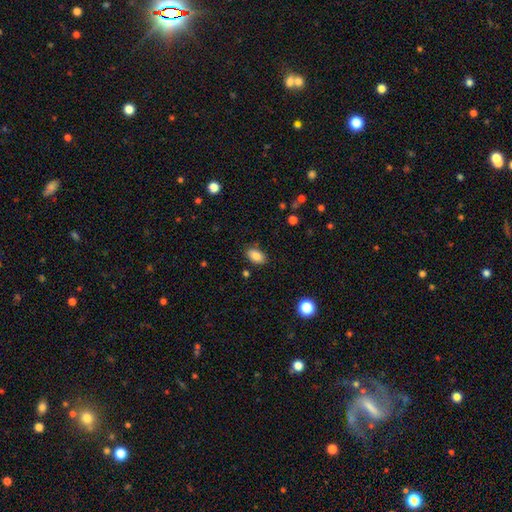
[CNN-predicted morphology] smooth-or-featured: smooth: 87% | star or artifact: 9% | featured or disk: 4%
  how-rounded: in between: 92% | round: 6% | cigar-shaped: 2%
  merging: none: 84% | minor disturbance: 11% | major disturbance: 3% | merger: 2%